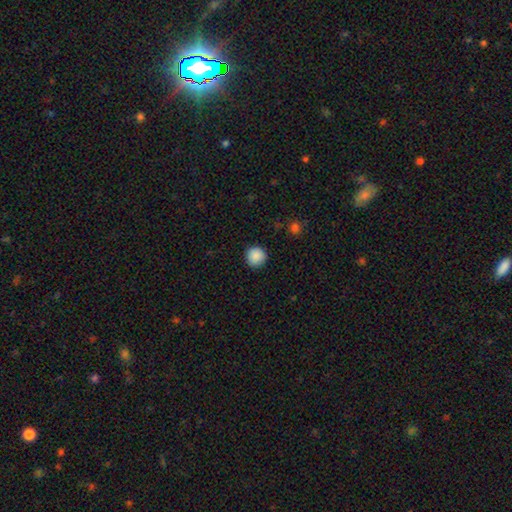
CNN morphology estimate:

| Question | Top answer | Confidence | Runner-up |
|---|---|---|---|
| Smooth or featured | smooth | 89% | star or artifact (8%) |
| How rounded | round | 95% | in between (4%) |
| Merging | none | 91% | minor disturbance (6%) |